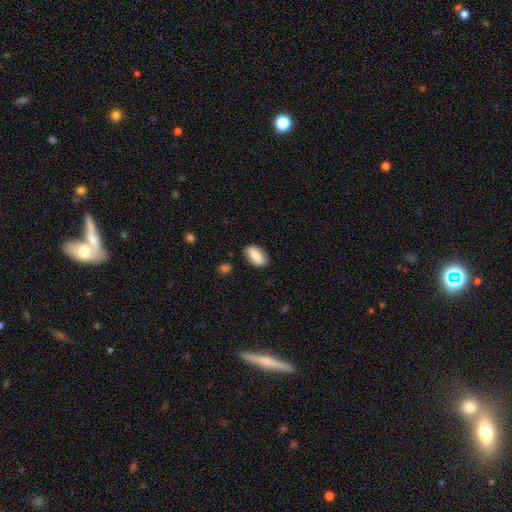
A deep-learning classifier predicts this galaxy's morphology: This appears to be a smooth galaxy with no disk features (82%) that is in between round and cigar-shaped (89%). Merging: none (85%).